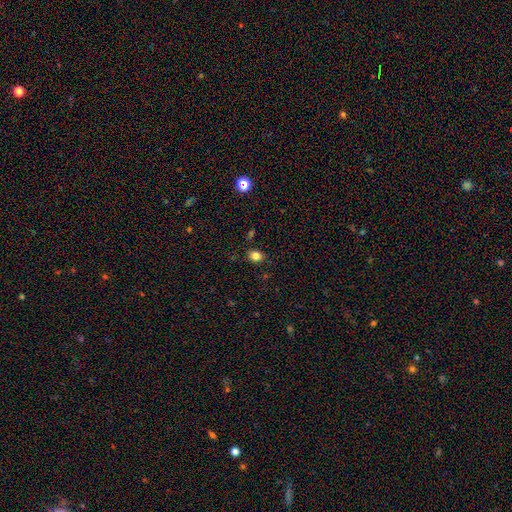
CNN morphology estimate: smooth_or_featured: smooth (p=0.82) [alt: star or artifact p=0.12]
how_rounded: in between (p=0.52) [alt: round p=0.47]
merging: none (p=0.85) [alt: minor disturbance p=0.10]